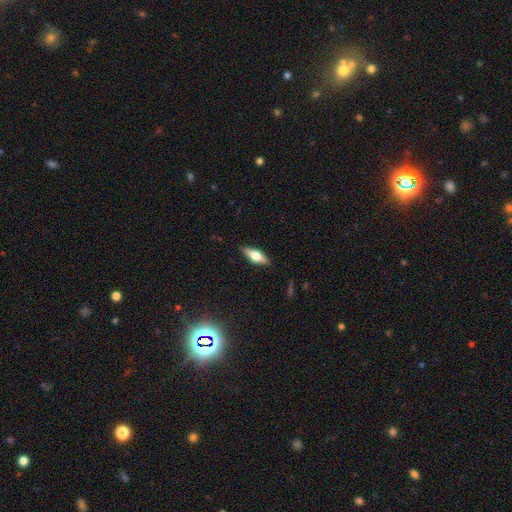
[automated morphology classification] The model was most divided on "smooth or featured": featured or disk: 52%, smooth: 41%, star or artifact: 7%. More confident: edge-on disk — yes (92%); merging — none (89%).